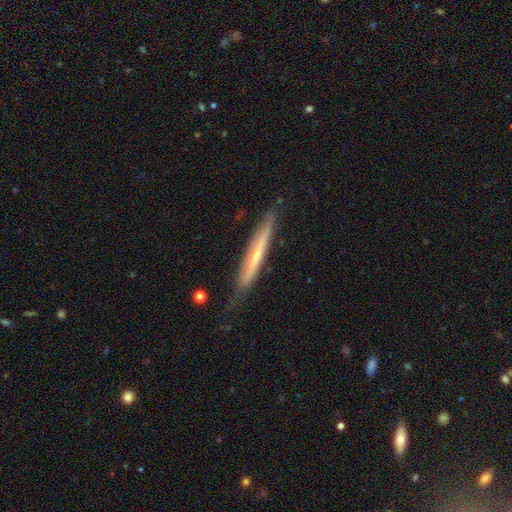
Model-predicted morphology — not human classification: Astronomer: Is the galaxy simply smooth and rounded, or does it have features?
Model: featured or disk — 62%.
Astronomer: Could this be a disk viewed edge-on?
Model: yes — 89%.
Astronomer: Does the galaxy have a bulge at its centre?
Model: rounded — 53% (runner-up: none, 42%).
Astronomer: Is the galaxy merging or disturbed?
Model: none — 75%.